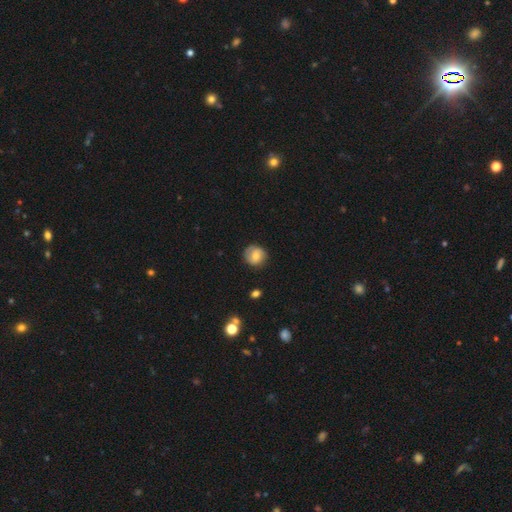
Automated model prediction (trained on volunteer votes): smooth-or-featured: smooth: 66% | featured or disk: 25% | star or artifact: 9%
  how-rounded: round: 88% | in between: 11% | cigar-shaped: 1%
  merging: none: 80% | minor disturbance: 16% | major disturbance: 3% | merger: 1%